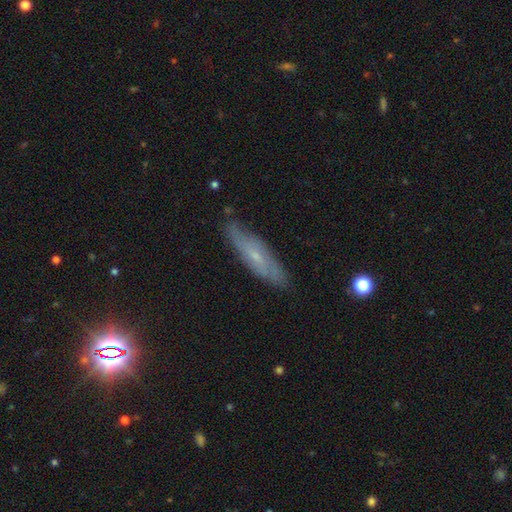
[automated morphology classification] A featured or disk galaxy (55%). Merging: none (77%).